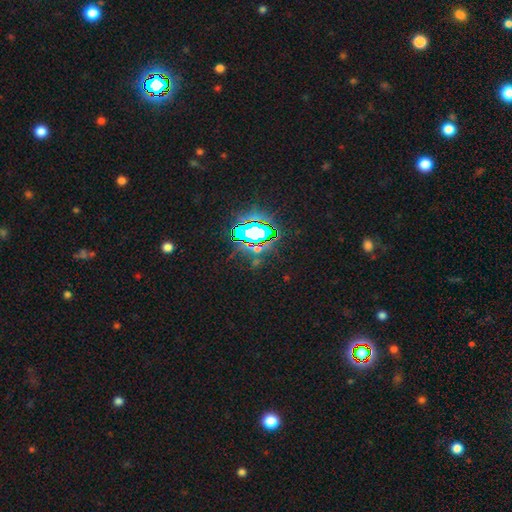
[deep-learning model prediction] Morphology: type=star or artifact (84%).